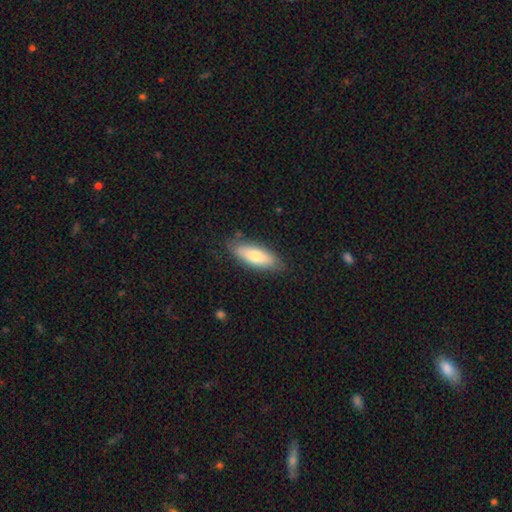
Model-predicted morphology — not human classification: This is likely a smooth galaxy (74%). How rounded: likely in between (66%). Merging: clearly none (82%).